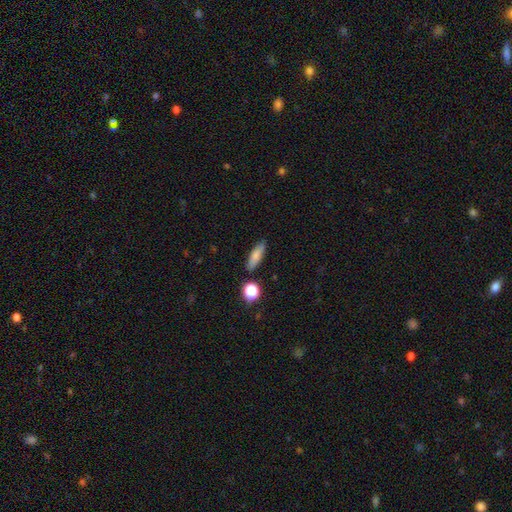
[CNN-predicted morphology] A smooth galaxy with no disk features (78%) that is cigar-shaped (51%). Merging: none (83%).